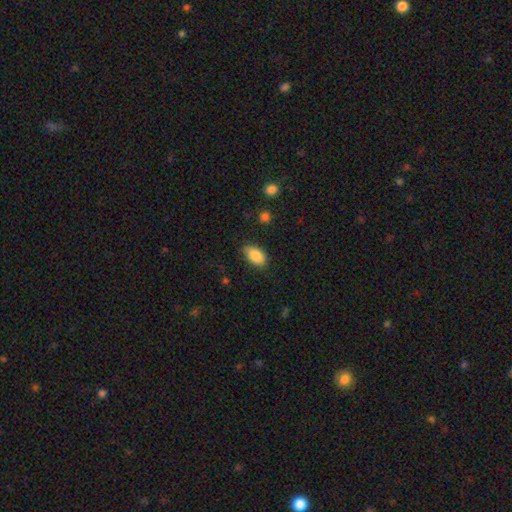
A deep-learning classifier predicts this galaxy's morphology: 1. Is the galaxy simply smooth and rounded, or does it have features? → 87% smooth, 7% star or artifact, 6% featured or disk.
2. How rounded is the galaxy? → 93% in between, 4% round, 3% cigar-shaped.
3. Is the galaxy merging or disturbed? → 79% none, 17% minor disturbance, 3% major disturbance, 1% merger.